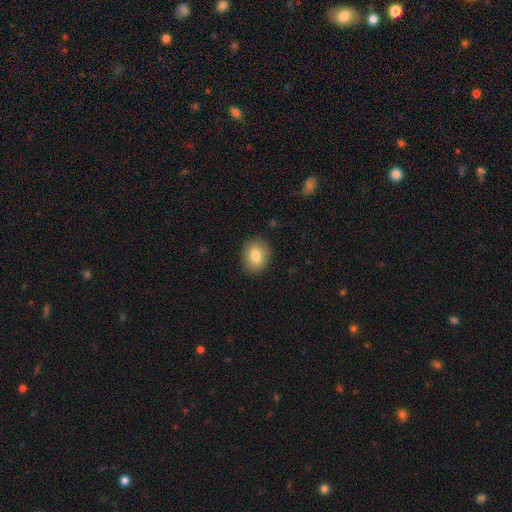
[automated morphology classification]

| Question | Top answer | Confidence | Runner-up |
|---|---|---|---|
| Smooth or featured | smooth | 81% | featured or disk (10%) |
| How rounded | round | 54% | in between (45%) |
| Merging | none | 89% | minor disturbance (8%) |